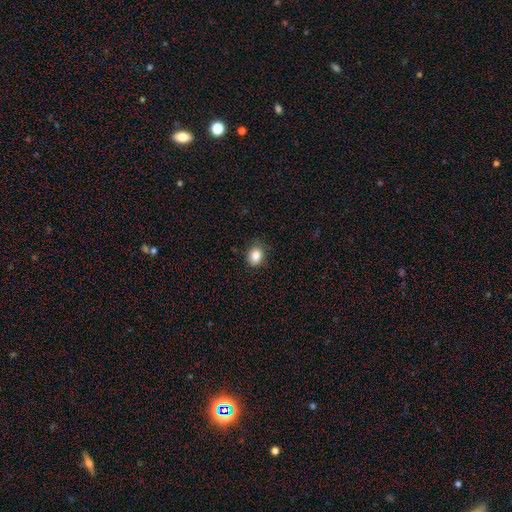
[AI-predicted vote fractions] This is clearly a smooth galaxy (86%). How rounded: possibly in between (51%). Merging: clearly none (82%).